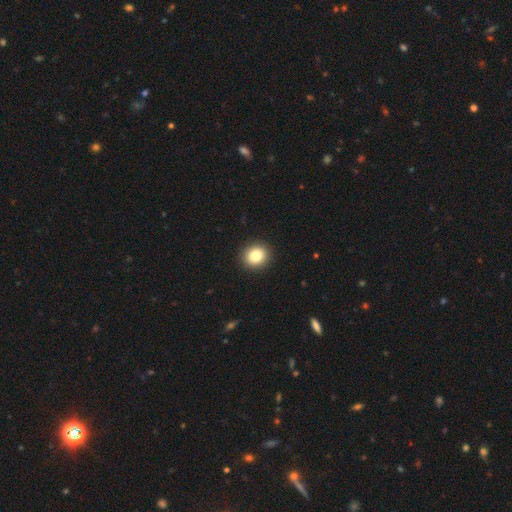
smooth_or_featured: smooth (p=0.77) [alt: featured or disk p=0.13]
how_rounded: round (p=0.87) [alt: in between p=0.13]
merging: none (p=0.97) [alt: minor disturbance p=0.03]